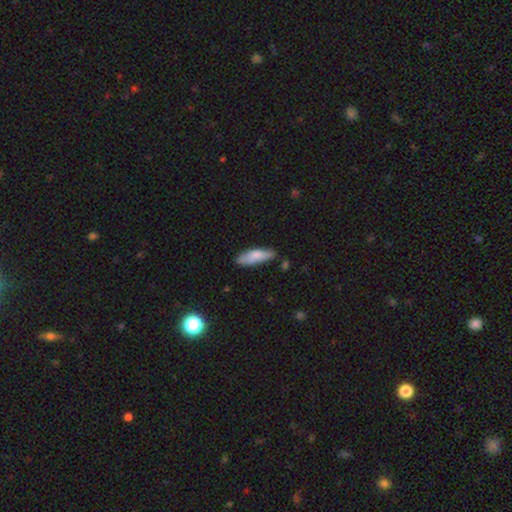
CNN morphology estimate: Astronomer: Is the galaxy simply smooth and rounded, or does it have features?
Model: smooth — 77%.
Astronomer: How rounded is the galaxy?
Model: cigar-shaped — 49%, tied with in between at 49%.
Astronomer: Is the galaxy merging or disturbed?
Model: none — 69%.